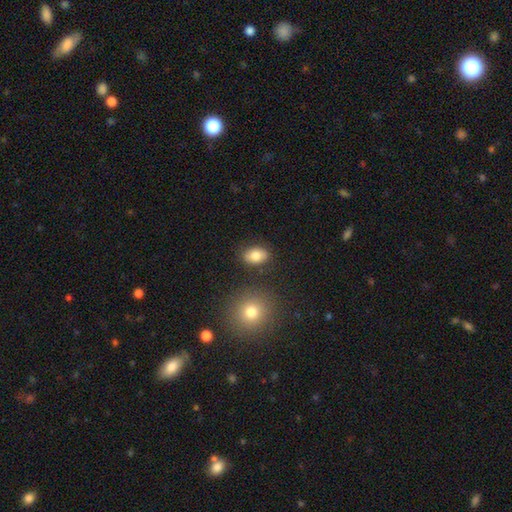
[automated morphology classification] This appears to be a smooth galaxy with no disk features (82%) that is in between round and cigar-shaped (81%). Merging: none (83%).